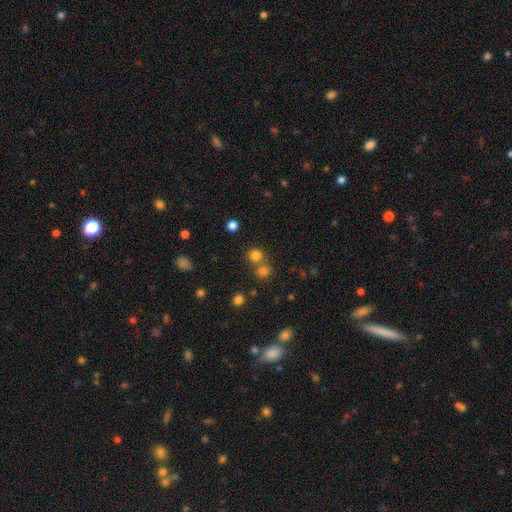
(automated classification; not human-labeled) Smooth or featured? Predicted: smooth (p=0.77). How rounded? Predicted: round (p=0.86). Merging? Predicted: none (p=0.61).